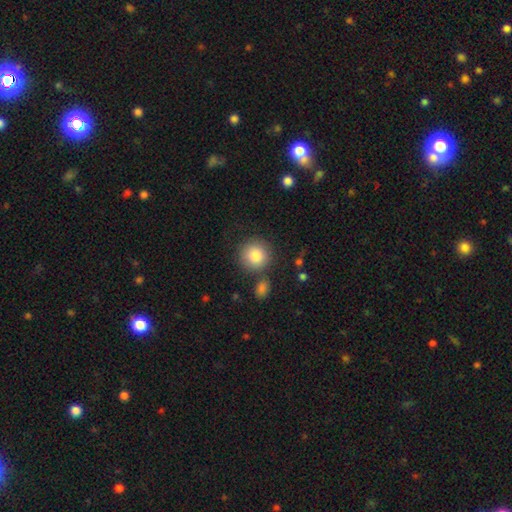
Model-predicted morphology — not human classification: Smooth or featured: smooth — 85% (star or artifact — 8%)
How rounded: round — 93% (in between — 6%)
Merging: none — 78% (merger — 10%)